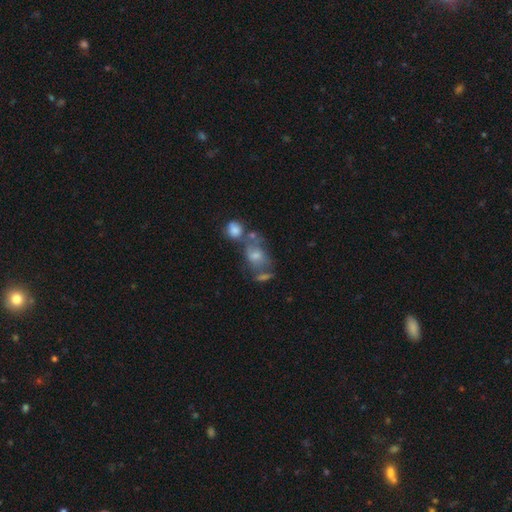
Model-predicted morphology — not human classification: Smooth or featured? Predicted: smooth (p=0.56). How rounded? Predicted: in between (p=0.71). Merging? Predicted: merger (p=0.36).